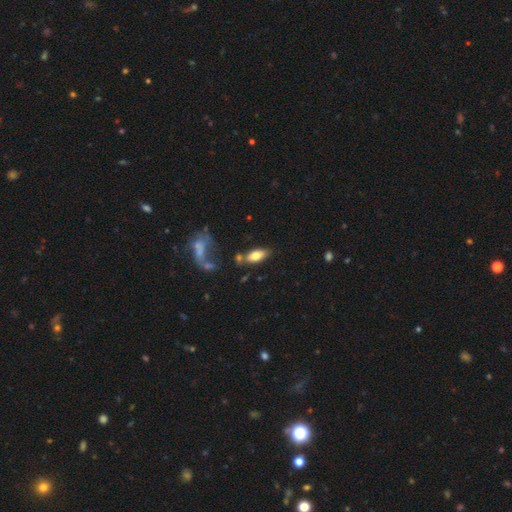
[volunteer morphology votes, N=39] smooth_or_featured: smooth (p=0.74) [alt: featured or disk p=0.21]
how_rounded: in between (p=0.72) [alt: cigar-shaped p=0.21]
merging: none (p=0.51) [alt: merger p=0.22]